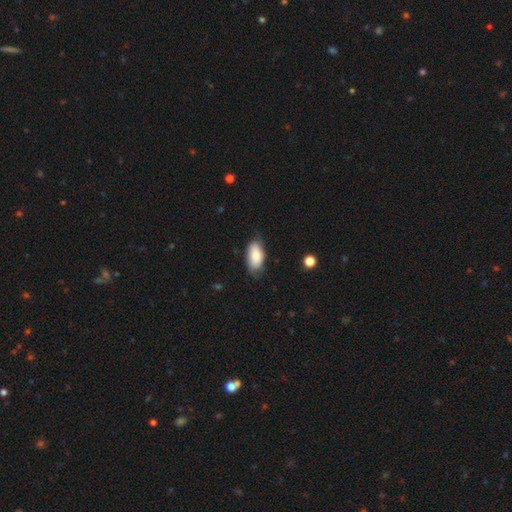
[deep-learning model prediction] Smooth or featured? Predicted: smooth (p=0.82). How rounded? Predicted: in between (p=0.93). Merging? Predicted: none (p=0.69).